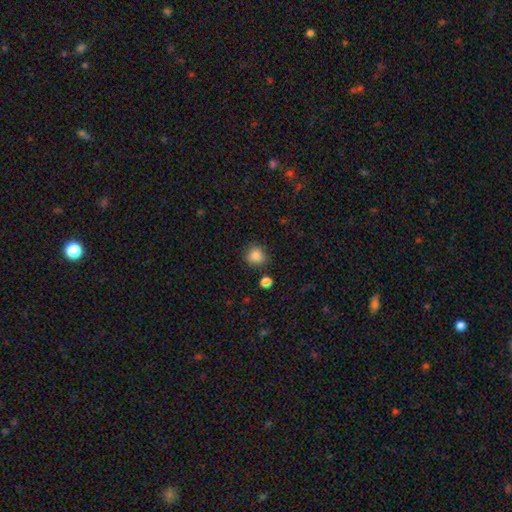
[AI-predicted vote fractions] Smooth or featured: smooth — 86% (star or artifact — 10%)
How rounded: round — 84% (in between — 15%)
Merging: none — 78% (minor disturbance — 14%)